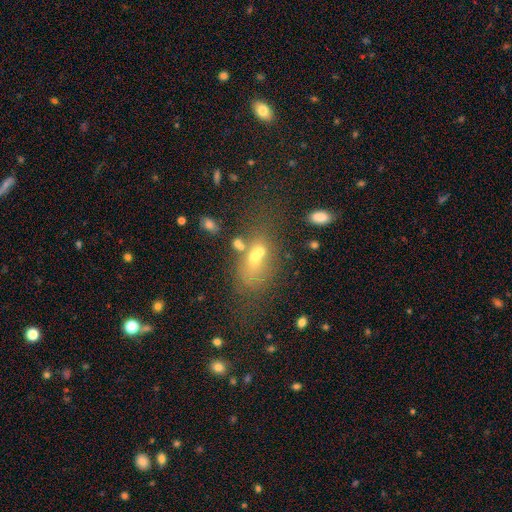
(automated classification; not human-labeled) Smooth or featured? Predicted: smooth (p=0.51). How rounded? Predicted: in between (p=0.74). Merging? Predicted: merger (p=0.40).